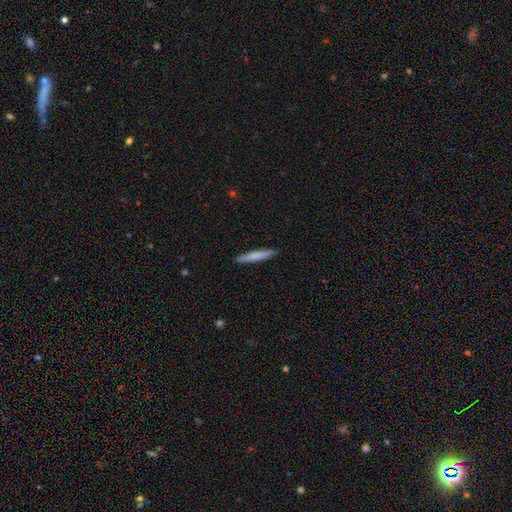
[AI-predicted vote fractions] Overall: smooth (76%). How rounded: cigar-shaped (95%). Merging: none (92%).